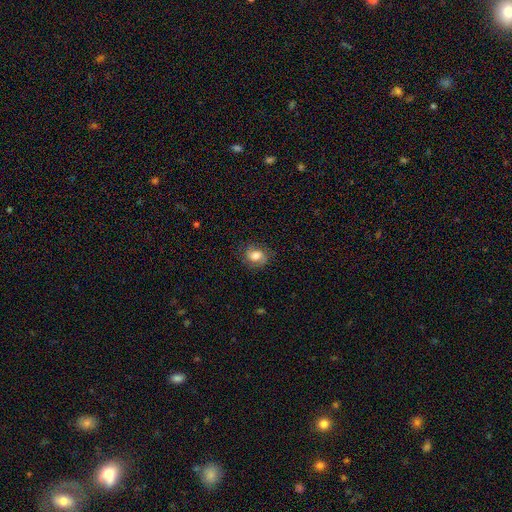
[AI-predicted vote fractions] Smooth or featured? Predicted: smooth (p=0.61). How rounded? Predicted: round (p=0.52). Merging? Predicted: none (p=0.73).